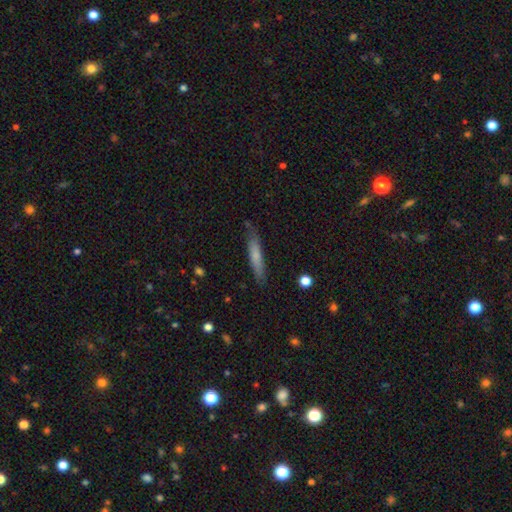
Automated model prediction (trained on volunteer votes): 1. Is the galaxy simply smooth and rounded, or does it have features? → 70% smooth, 24% featured or disk, 6% star or artifact.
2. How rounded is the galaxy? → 90% cigar-shaped, 9% in between, 1% round.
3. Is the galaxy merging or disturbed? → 81% none, 15% minor disturbance, 3% major disturbance, 2% merger.